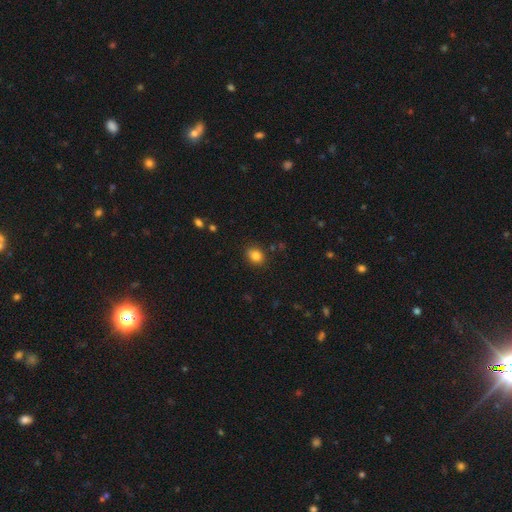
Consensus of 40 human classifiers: Smooth or featured: smooth — 92% (star or artifact — 5%)
How rounded: in between — 73% (round — 27%)
Merging: none — 89% (minor disturbance — 5%)